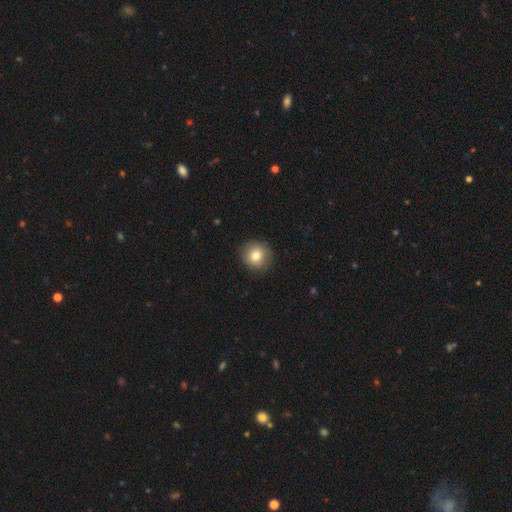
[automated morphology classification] Smooth or featured: smooth — 79% (featured or disk — 11%)
How rounded: round — 93% (in between — 6%)
Merging: none — 88% (minor disturbance — 8%)